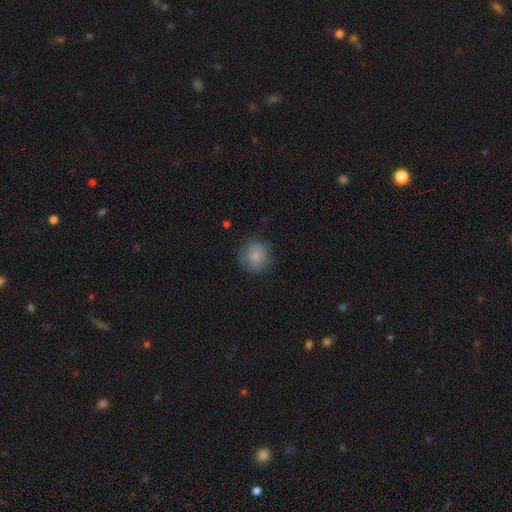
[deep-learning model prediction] smooth 81%, featured or disk 11%, star or artifact 9%. Down the decision tree: how rounded — round (89%); merging — none (77%).